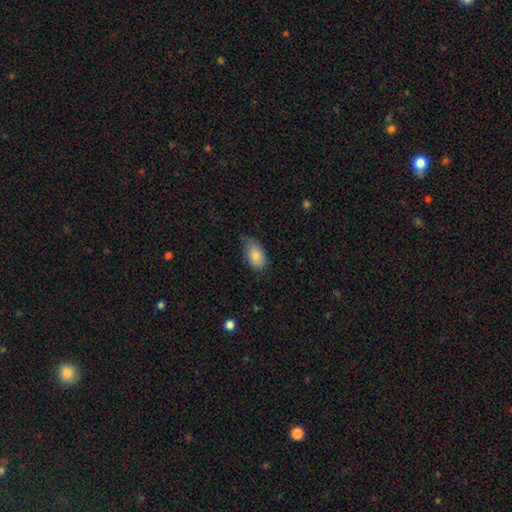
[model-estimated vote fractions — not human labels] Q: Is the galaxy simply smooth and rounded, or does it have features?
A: smooth — 82%.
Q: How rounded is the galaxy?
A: in between — 91%.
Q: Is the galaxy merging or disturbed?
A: none — 65%.